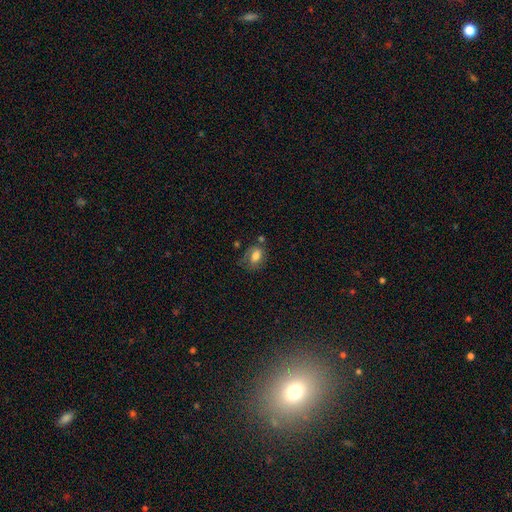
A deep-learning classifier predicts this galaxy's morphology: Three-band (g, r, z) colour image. It shows a smooth galaxy with no disk features (68%) that is in between round and cigar-shaped (80%). Merging: none (49%).